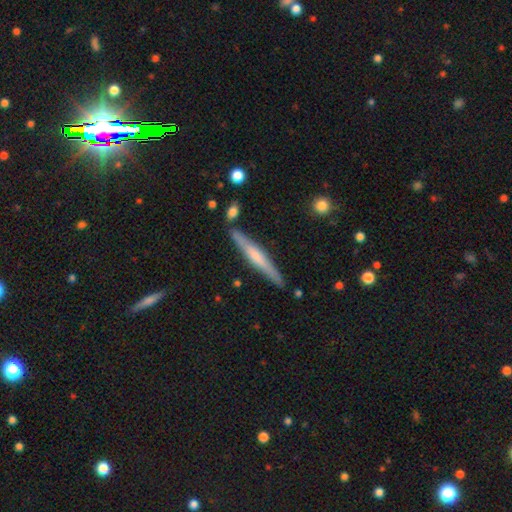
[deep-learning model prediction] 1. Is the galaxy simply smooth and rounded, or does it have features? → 56% featured or disk, 38% smooth, 6% star or artifact.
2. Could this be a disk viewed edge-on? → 96% yes, 4% no.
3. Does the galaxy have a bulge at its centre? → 45% rounded, 37% none, 18% boxy.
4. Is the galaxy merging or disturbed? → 87% none, 9% minor disturbance, 3% merger, 2% major disturbance.